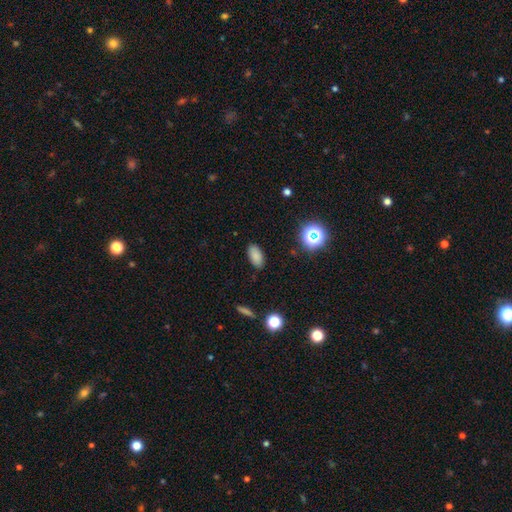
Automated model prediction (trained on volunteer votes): A smooth galaxy with no disk features (83%) that is in between round and cigar-shaped (91%). Merging: none (86%).